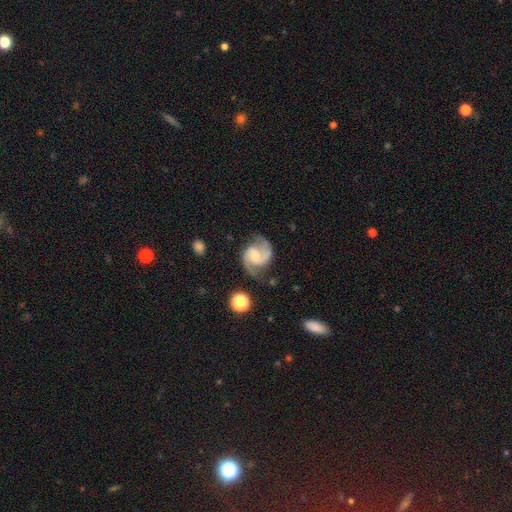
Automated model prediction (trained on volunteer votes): Overall: featured or disk (90%). Edge-on disk: no (98%). Bar: no (50%; weak 41%). Spiral arms: yes (98%). Spiral arm count: 2 (93%). Spiral winding: medium (60%; tight 22%). Bulge size: small (41%; moderate 36%). Merging: none (75%).